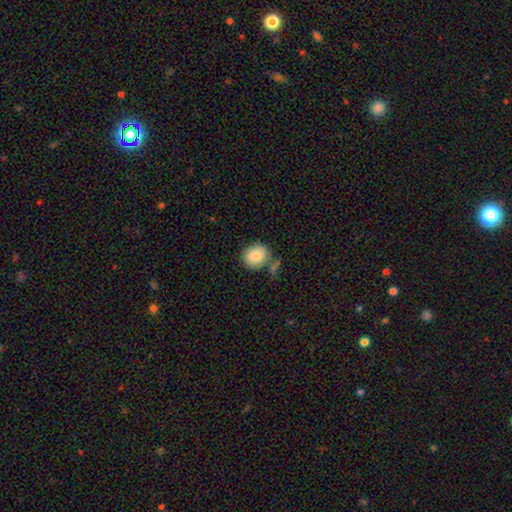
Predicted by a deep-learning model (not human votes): A smooth galaxy with no disk features (85%) that is round (69%).

Vote fractions:
- Smooth or featured? smooth: 85% / featured or disk: 8% / star or artifact: 7%
- How rounded? round: 69% / in between: 30% / cigar-shaped: 1%
- Merging? none: 66% / minor disturbance: 16% / merger: 12% / major disturbance: 5%